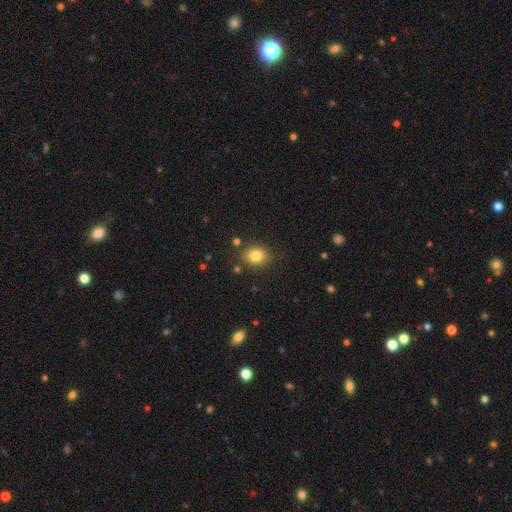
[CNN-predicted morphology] A smooth galaxy with no disk features (82%) that is round (52%).

Vote fractions:
- Smooth or featured? smooth: 82% / star or artifact: 11% / featured or disk: 7%
- How rounded? round: 52% / in between: 47% / cigar-shaped: 1%
- Merging? none: 82% / minor disturbance: 11% / merger: 3% / major disturbance: 3%